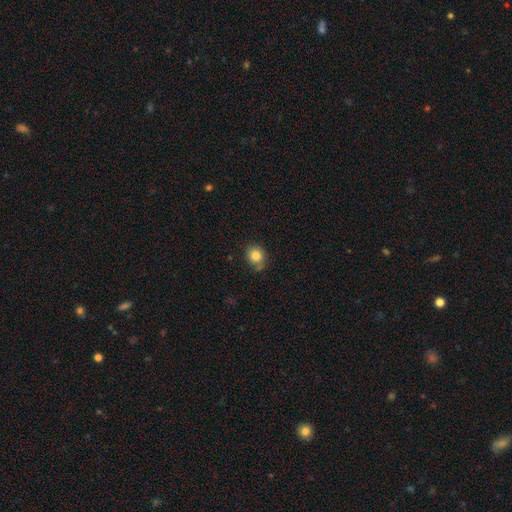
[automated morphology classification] The model was most divided on "merging": none: 73%, minor disturbance: 18%, merger: 5%, major disturbance: 4%. More confident: how rounded — round (84%); smooth or featured — smooth (82%).